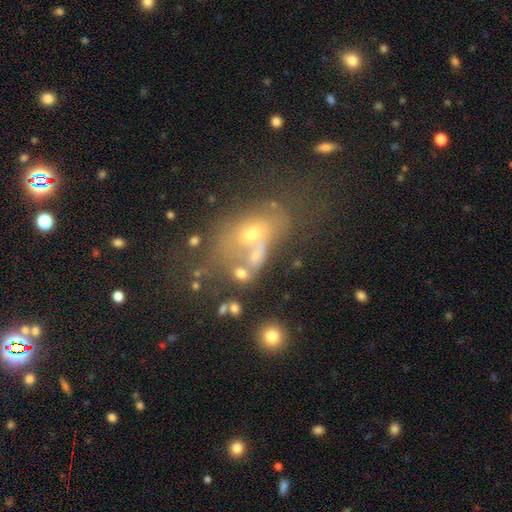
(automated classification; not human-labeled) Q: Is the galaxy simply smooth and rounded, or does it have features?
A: smooth — 50%.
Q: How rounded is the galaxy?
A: in between — 72%.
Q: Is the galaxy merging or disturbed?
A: merger — 46%.